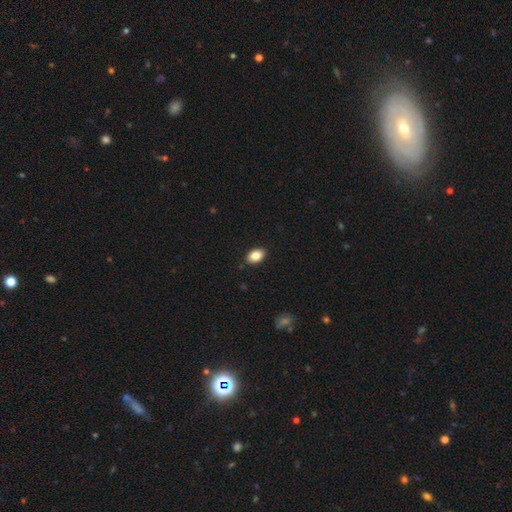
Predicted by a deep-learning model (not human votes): Overall: smooth (85%). How rounded: in between (86%). Merging: none (90%).